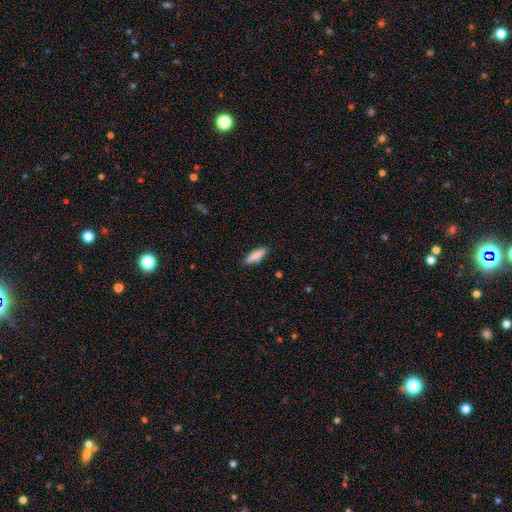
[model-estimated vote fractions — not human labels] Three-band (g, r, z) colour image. It shows a smooth galaxy with no disk features (86%) that is cigar-shaped (60%). Merging: none (86%).